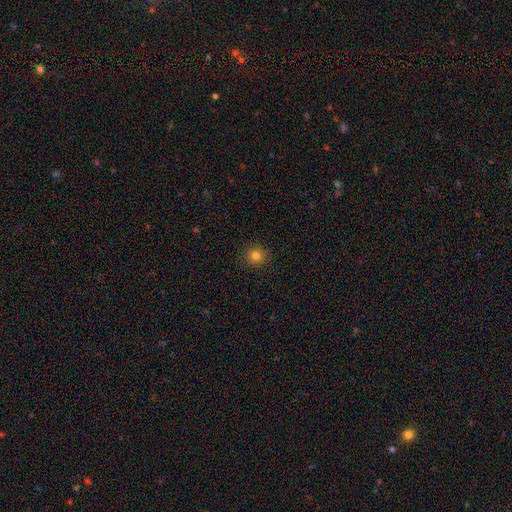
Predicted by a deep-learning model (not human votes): The model was most divided on "smooth or featured": smooth: 81%, star or artifact: 14%, featured or disk: 5%. More confident: how rounded — round (93%); merging — none (91%).